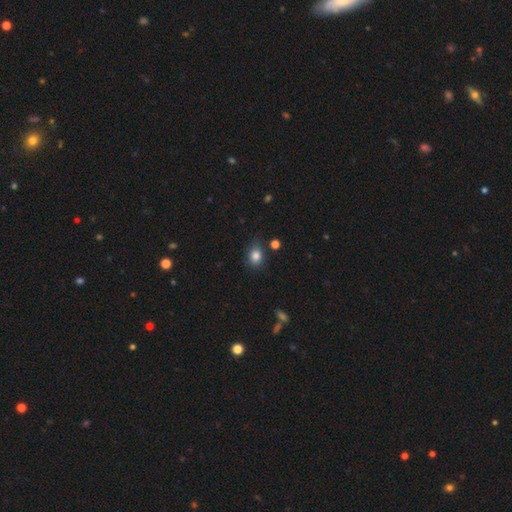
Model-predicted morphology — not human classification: Q: Smooth or featured?
A: smooth (83%); runner-up: star or artifact (10%)
Q: How rounded?
A: in between (56%); runner-up: round (43%)
Q: Merging?
A: none (73%); runner-up: minor disturbance (20%)